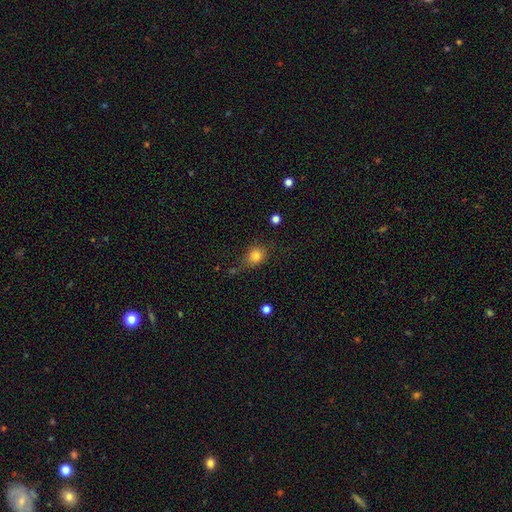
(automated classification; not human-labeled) A smooth galaxy with no disk features (81%) that is round (61%).

Vote fractions:
- Smooth or featured? smooth: 81% / star or artifact: 12% / featured or disk: 8%
- How rounded? round: 61% / in between: 38% / cigar-shaped: 1%
- Merging? none: 64% / minor disturbance: 23% / major disturbance: 8% / merger: 5%